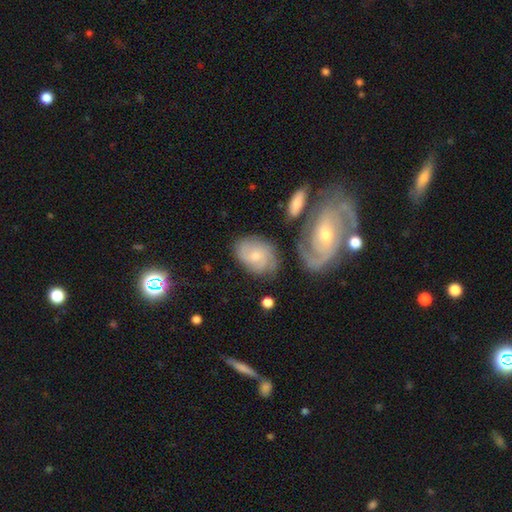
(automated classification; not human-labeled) This is likely a featured or disk galaxy (63%). It is clearly not viewed edge-on (96%). Bar: likely no (69%). Spiral arm pattern: clearly yes (90%). Spiral arm count: marginally can't tell (32%). Spiral winding: marginally tight (45%). Central bulge: possibly small (52%). Merging: likely none (65%).